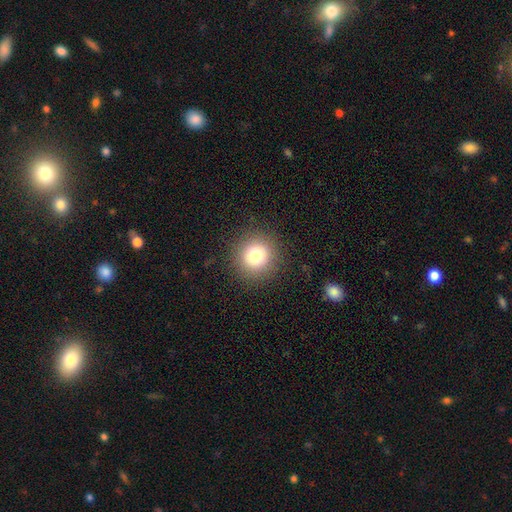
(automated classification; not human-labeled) This is likely a smooth galaxy (79%). How rounded: clearly round (92%). Merging: clearly none (90%).